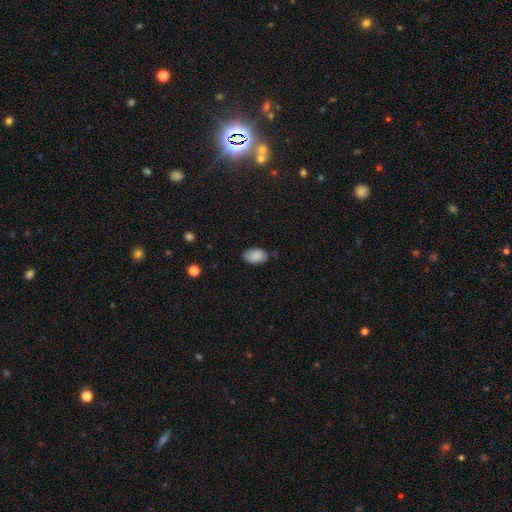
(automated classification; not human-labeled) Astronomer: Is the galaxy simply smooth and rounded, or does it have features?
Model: smooth — 87%.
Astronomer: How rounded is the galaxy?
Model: in between — 92%.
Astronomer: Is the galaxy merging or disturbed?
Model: none — 76%.